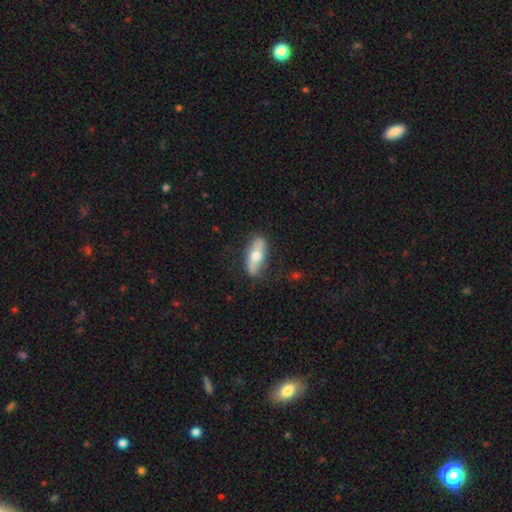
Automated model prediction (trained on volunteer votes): smooth-or-featured: smooth: 54% | featured or disk: 40% | star or artifact: 6%
  how-rounded: in between: 66% | cigar-shaped: 31% | round: 3%
  merging: none: 78% | minor disturbance: 16% | major disturbance: 4% | merger: 2%